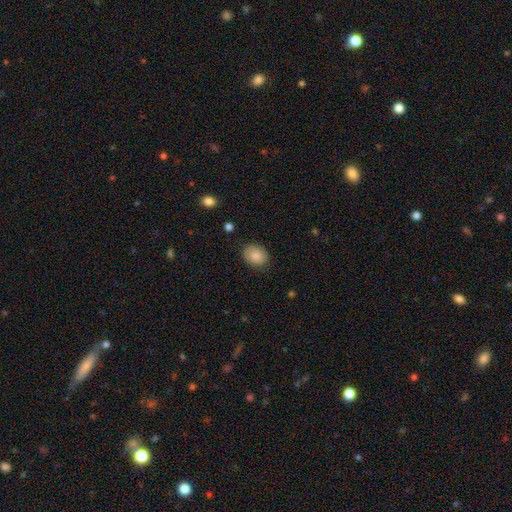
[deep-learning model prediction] smooth-or-featured: smooth: 86% | star or artifact: 7% | featured or disk: 7%
  how-rounded: in between: 57% | round: 42% | cigar-shaped: 1%
  merging: none: 82% | minor disturbance: 14% | major disturbance: 3% | merger: 1%